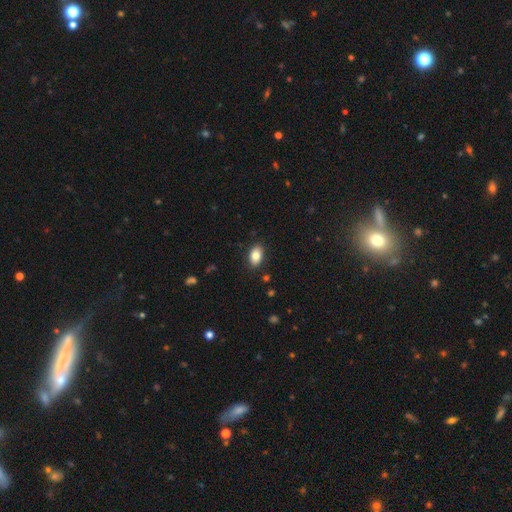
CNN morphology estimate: Smooth or featured?
  - smooth: 83% *
  - featured or disk: 10%
  - star or artifact: 8%
How rounded?
  - in between: 88% *
  - round: 11%
  - cigar-shaped: 1%
Merging?
  - none: 87% *
  - minor disturbance: 10%
  - major disturbance: 2%
  - merger: 1%